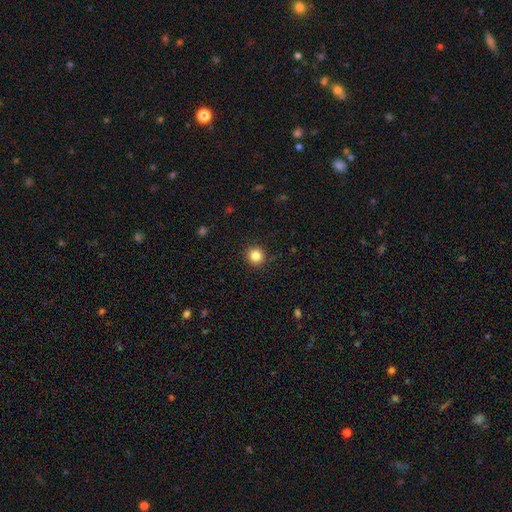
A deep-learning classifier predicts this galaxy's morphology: Overall: smooth (84%). How rounded: round (94%). Merging: none (91%).